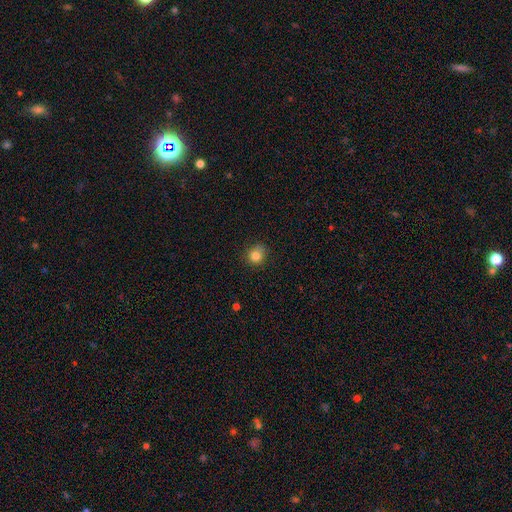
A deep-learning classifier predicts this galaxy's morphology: Q: Smooth or featured?
A: smooth (83%); runner-up: star or artifact (11%)
Q: How rounded?
A: round (83%); runner-up: in between (16%)
Q: Merging?
A: none (79%); runner-up: minor disturbance (17%)